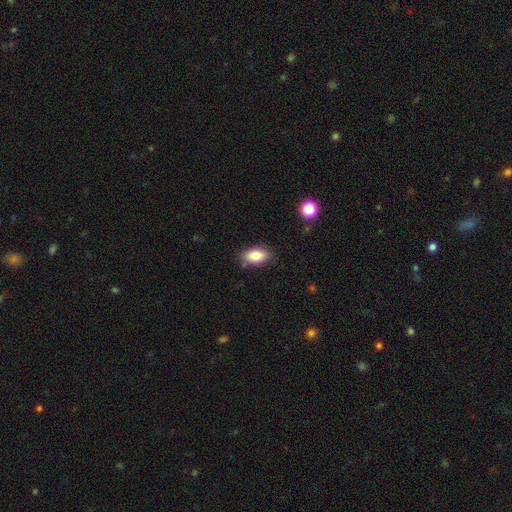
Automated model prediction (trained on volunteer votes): smooth-or-featured: smooth: 85% | star or artifact: 8% | featured or disk: 8%
  how-rounded: in between: 91% | round: 7% | cigar-shaped: 3%
  merging: none: 79% | minor disturbance: 15% | major disturbance: 3% | merger: 3%